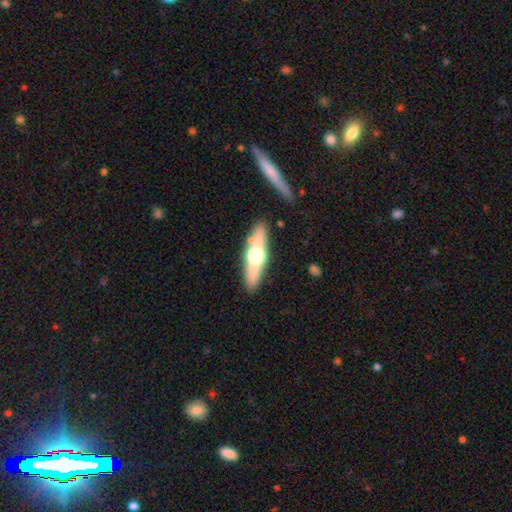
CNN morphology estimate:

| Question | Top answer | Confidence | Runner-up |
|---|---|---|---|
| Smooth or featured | featured or disk | 54% | smooth (40%) |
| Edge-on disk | yes | 89% | no (11%) |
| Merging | none | 84% | minor disturbance (10%) |